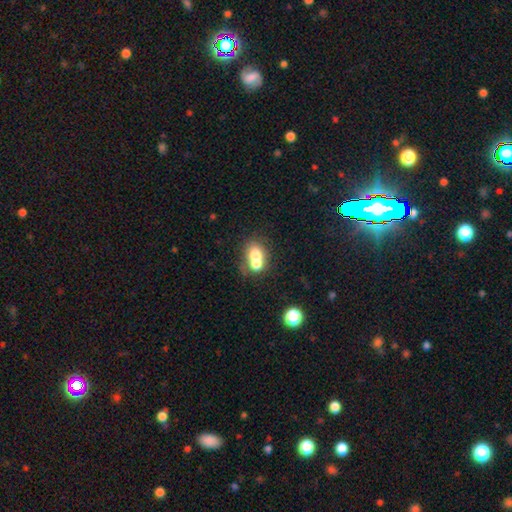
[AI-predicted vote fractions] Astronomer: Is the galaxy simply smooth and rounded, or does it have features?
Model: smooth — 67%.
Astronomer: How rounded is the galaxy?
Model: round — 50% (runner-up: in between, 49%).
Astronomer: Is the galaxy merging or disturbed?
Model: merger — 68%.